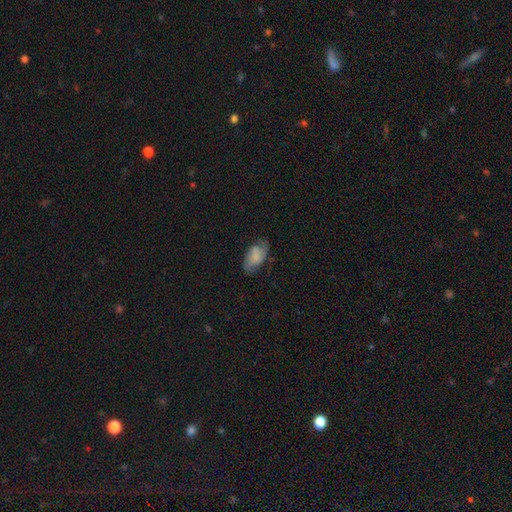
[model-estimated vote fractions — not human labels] A smooth galaxy with no disk features (64%) that is in between round and cigar-shaped (94%).

Vote fractions:
- Smooth or featured? smooth: 64% / featured or disk: 27% / star or artifact: 8%
- How rounded? in between: 94% / round: 4% / cigar-shaped: 3%
- Merging? none: 63% / minor disturbance: 27% / major disturbance: 9% / merger: 2%